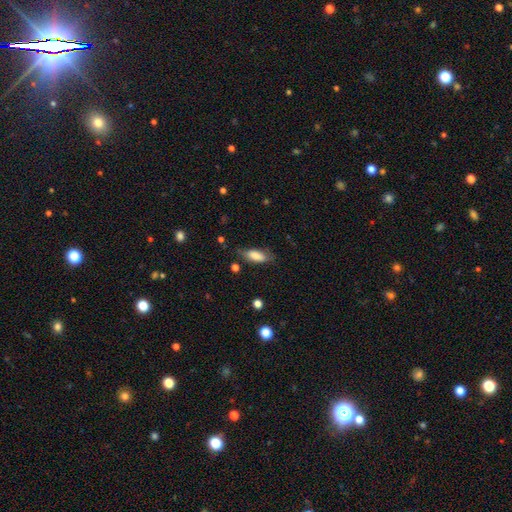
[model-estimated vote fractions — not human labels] Overall: smooth (81%). How rounded: in between (77%). Merging: none (72%).